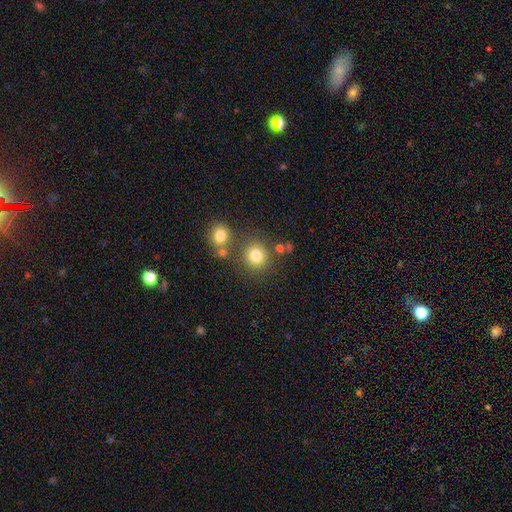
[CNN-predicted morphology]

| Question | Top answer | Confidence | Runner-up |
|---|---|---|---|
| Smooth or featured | smooth | 78% | star or artifact (14%) |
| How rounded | round | 87% | in between (12%) |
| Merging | none | 74% | merger (13%) |